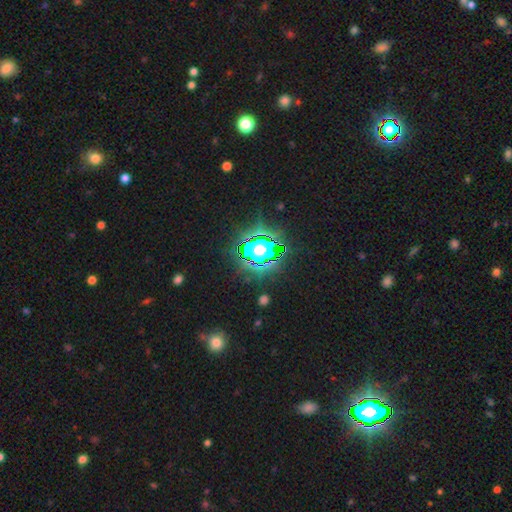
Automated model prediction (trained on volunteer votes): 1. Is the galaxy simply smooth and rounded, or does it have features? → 78% star or artifact, 13% smooth, 9% featured or disk.